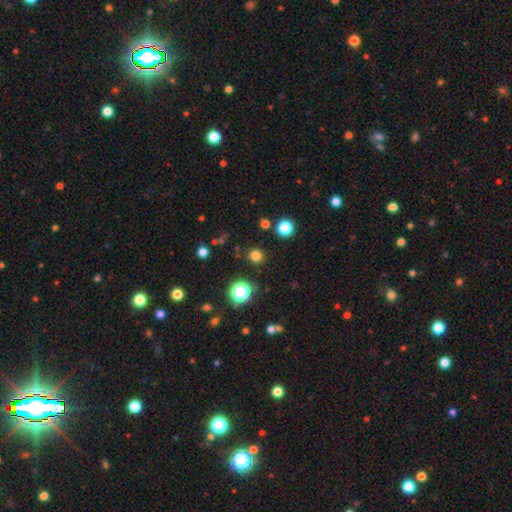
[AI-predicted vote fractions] smooth 78%, star or artifact 18%, featured or disk 4%. Down the decision tree: how rounded — round (86%); merging — none (88%).